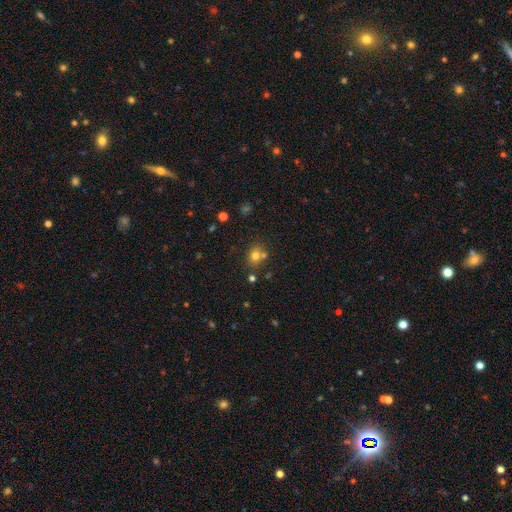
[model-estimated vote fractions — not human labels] Smooth or featured? smooth (72%)
How rounded? round (67%)
Merging? none (63%)